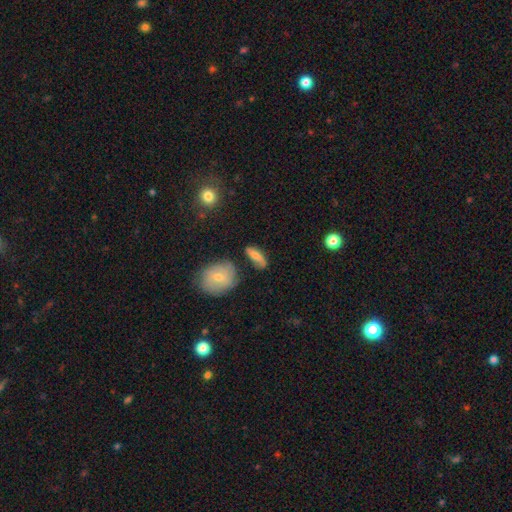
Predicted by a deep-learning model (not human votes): Smooth or featured? smooth (62%)
How rounded? in between (57%)
Merging? none (61%)